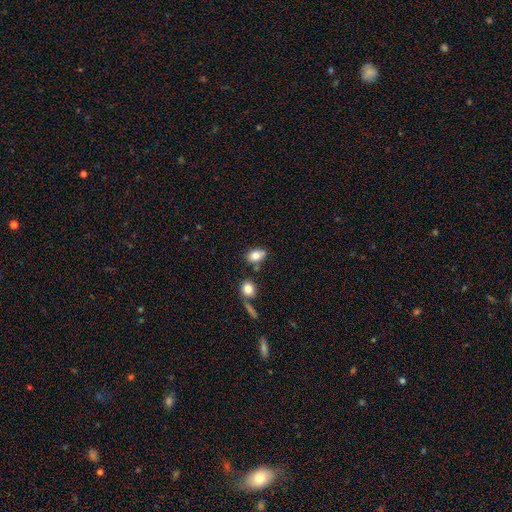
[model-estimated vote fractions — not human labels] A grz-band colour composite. It shows a smooth galaxy with no disk features (80%) that is in between round and cigar-shaped (81%). Merging: none (68%).